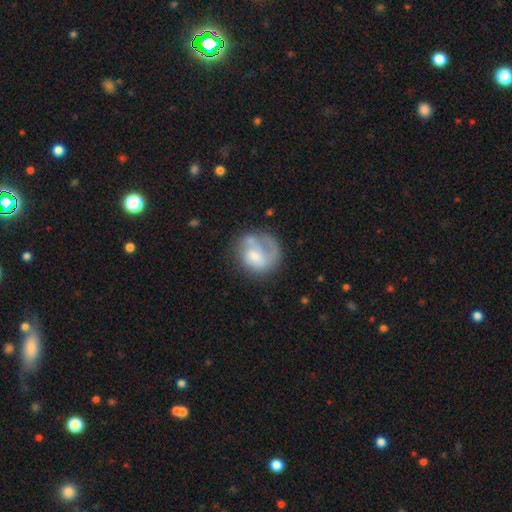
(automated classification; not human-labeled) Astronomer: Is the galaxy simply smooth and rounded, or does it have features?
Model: featured or disk — 47% (runner-up: smooth, 46%).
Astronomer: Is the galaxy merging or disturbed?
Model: none — 46% (runner-up: major disturbance, 25%).